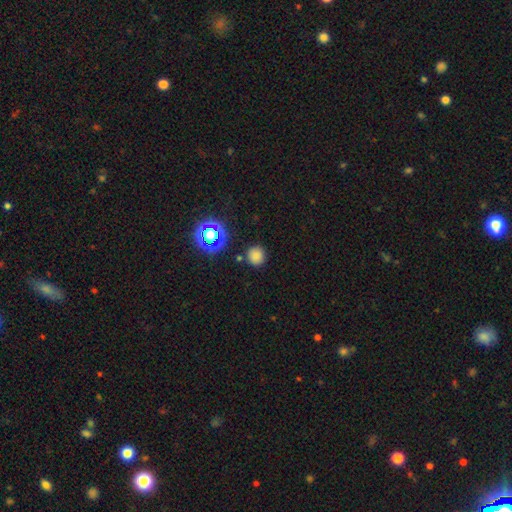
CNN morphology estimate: smooth-or-featured: smooth: 75% | star or artifact: 20% | featured or disk: 5%
  how-rounded: round: 92% | in between: 7% | cigar-shaped: 1%
  merging: none: 86% | minor disturbance: 8% | merger: 4% | major disturbance: 3%